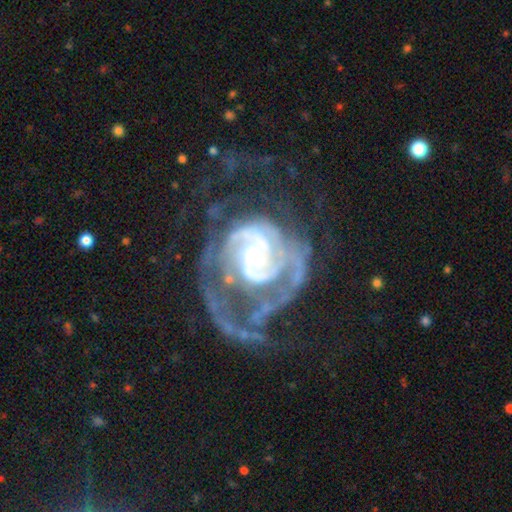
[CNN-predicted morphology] Smooth or featured?
  - featured or disk: 89% *
  - smooth: 5%
  - star or artifact: 5%
Edge-on disk?
  - no: 98% *
  - yes: 2%
Bar?
  - no: 64% *
  - weak: 28%
  - strong: 8%
Spiral arms?
  - yes: 93% *
  - no: 7%
Spiral winding?
  - tight: 53% *
  - medium: 32%
  - loose: 14%
Spiral arm count?
  - 2: 39% *
  - can't tell: 26%
  - 3: 12%
  - 1: 11%
  - 4: 6%
  - more than 4: 6%
Bulge size?
  - small: 57% *
  - moderate: 34%
  - large: 5%
  - none: 2%
  - dominant: 1%
Merging?
  - major disturbance: 46% *
  - none: 33%
  - minor disturbance: 16%
  - merger: 4%